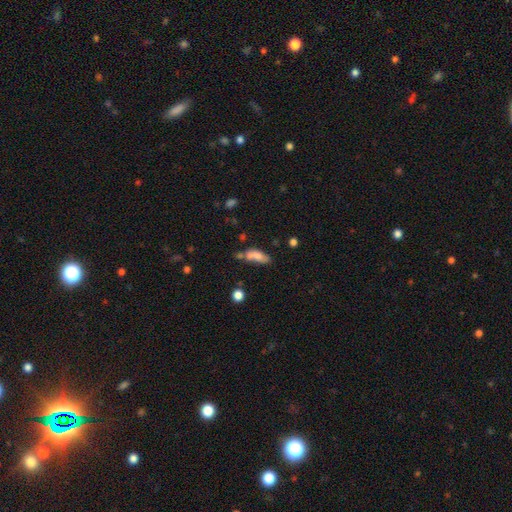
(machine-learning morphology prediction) smooth_or_featured: smooth (p=0.72) [alt: featured or disk p=0.19]
how_rounded: in between (p=0.66) [alt: cigar-shaped p=0.31]
merging: none (p=0.44) [alt: minor disturbance p=0.24]